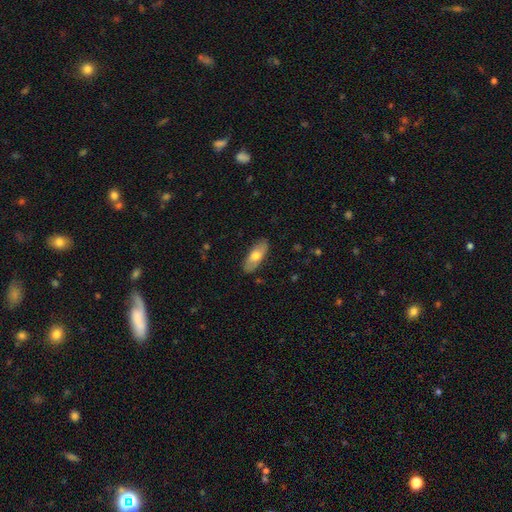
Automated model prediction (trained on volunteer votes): Smooth or featured: smooth — 67% (featured or disk — 27%)
How rounded: in between — 74% (cigar-shaped — 24%)
Merging: none — 87% (minor disturbance — 10%)